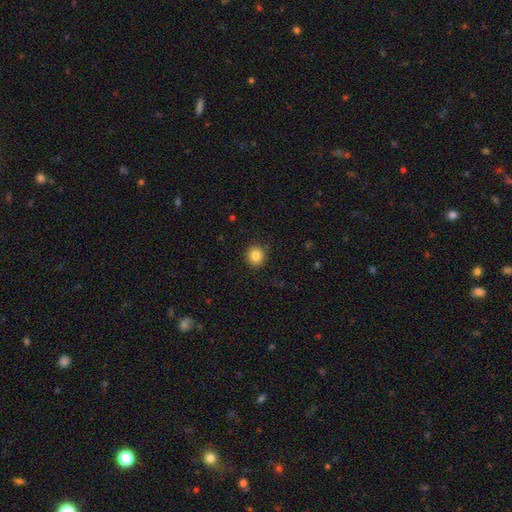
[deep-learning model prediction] The model was most divided on "how rounded": round: 86%, in between: 13%, cigar-shaped: 1%. More confident: merging — none (89%); smooth or featured — smooth (85%).